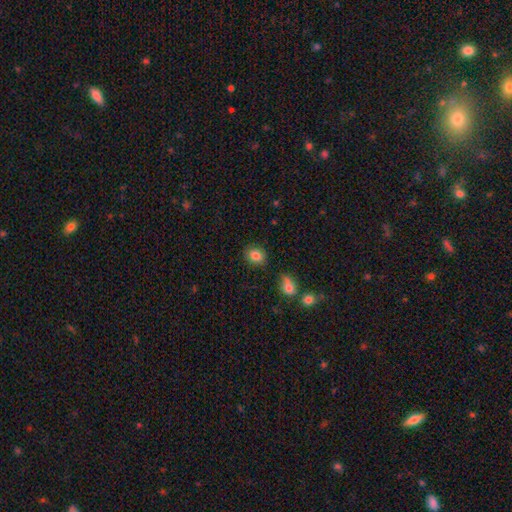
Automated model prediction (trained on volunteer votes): Smooth or featured? smooth (84%)
How rounded? round (60%)
Merging? none (83%)